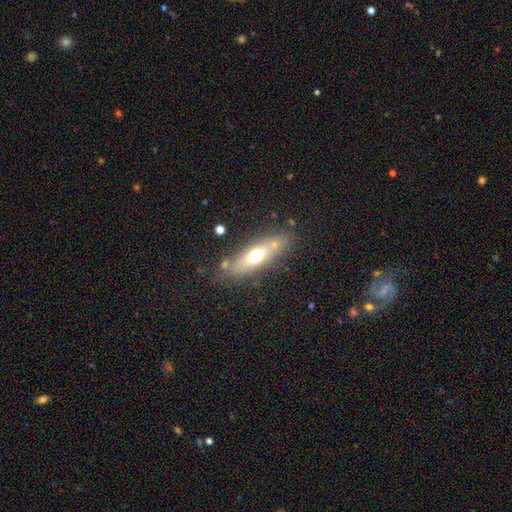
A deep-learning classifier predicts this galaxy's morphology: smooth 55%, featured or disk 37%, star or artifact 8%. Down the decision tree: how rounded — cigar-shaped (49%); merging — none (76%).